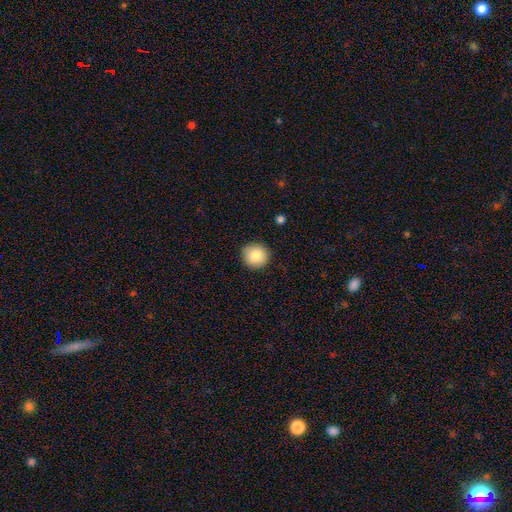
Overall: smooth (97%). How rounded: round (94%). Merging: none (89%).